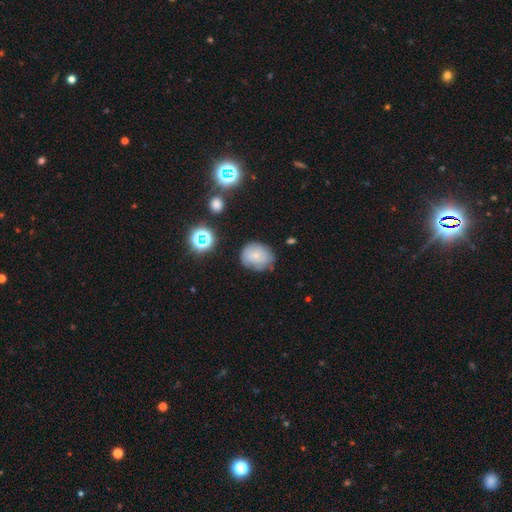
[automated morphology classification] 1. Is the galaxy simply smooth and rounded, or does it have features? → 56% smooth, 31% featured or disk, 13% star or artifact.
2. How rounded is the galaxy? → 61% round, 38% in between, 1% cigar-shaped.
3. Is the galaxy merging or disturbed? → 66% none, 24% minor disturbance, 7% major disturbance, 2% merger.